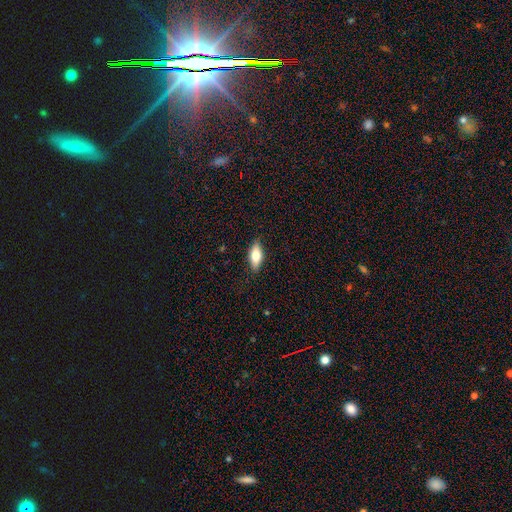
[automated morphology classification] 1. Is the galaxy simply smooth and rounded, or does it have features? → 68% smooth, 25% featured or disk, 7% star or artifact.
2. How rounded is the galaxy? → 78% in between, 19% cigar-shaped, 3% round.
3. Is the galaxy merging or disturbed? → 86% none, 11% minor disturbance, 2% major disturbance, 1% merger.